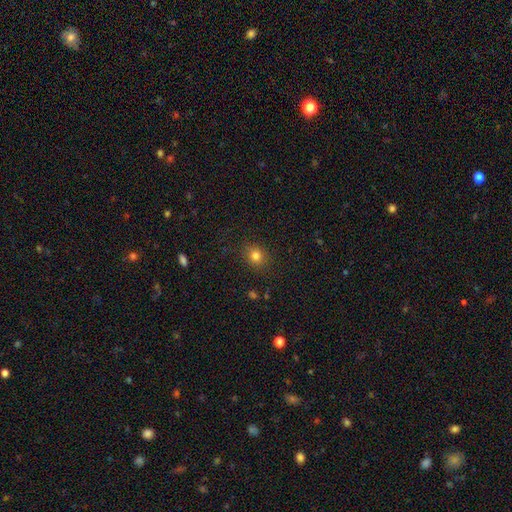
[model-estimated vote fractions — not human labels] Overall: smooth (80%). How rounded: round (74%). Merging: none (86%).